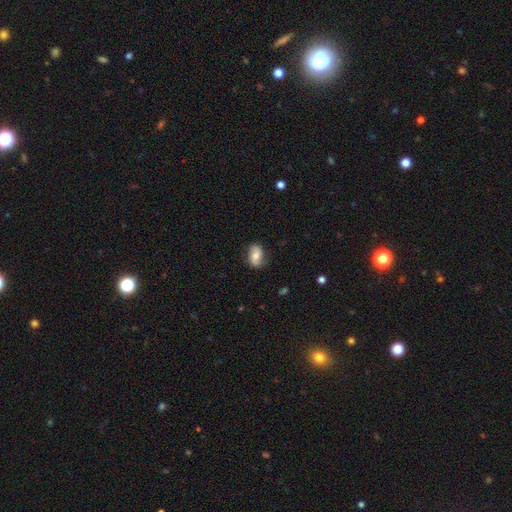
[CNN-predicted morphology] smooth_or_featured: smooth (p=0.48) [alt: featured or disk p=0.44]
merging: none (p=0.76) [alt: minor disturbance p=0.18]